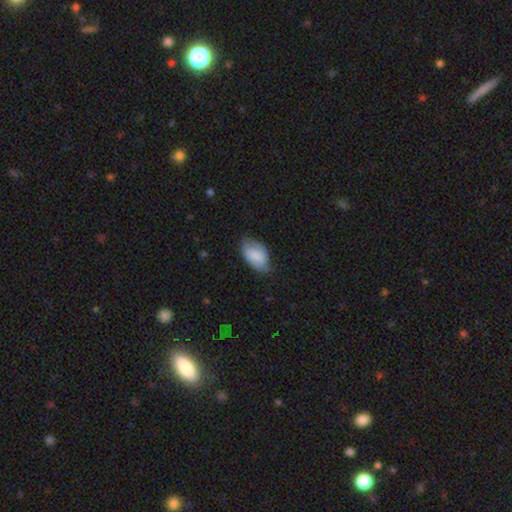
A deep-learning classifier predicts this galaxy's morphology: Overall: smooth (80%). How rounded: in between (93%). Merging: none (62%; minor disturbance 31%).